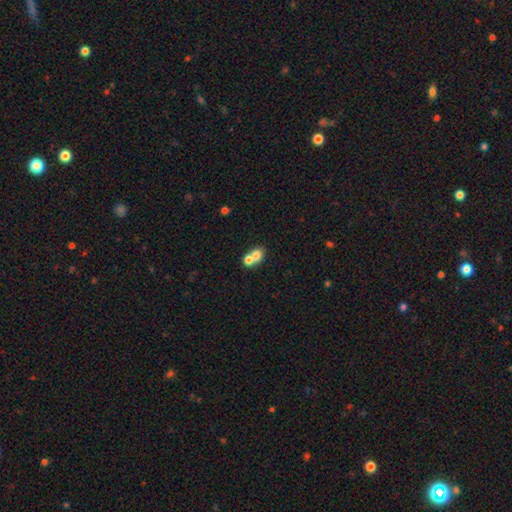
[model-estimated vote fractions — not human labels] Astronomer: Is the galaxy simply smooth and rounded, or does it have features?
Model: smooth — 73%.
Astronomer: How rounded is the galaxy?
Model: round — 56% (runner-up: in between, 43%).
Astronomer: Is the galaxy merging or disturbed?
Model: merger — 65%.